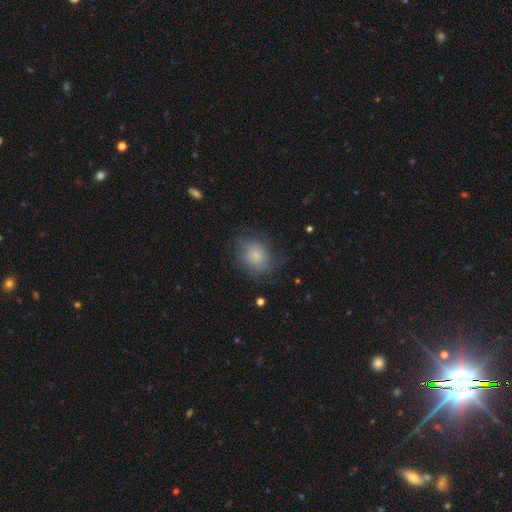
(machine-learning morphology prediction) smooth 67%, featured or disk 24%, star or artifact 10%. Down the decision tree: how rounded — round (58%); merging — none (63%).